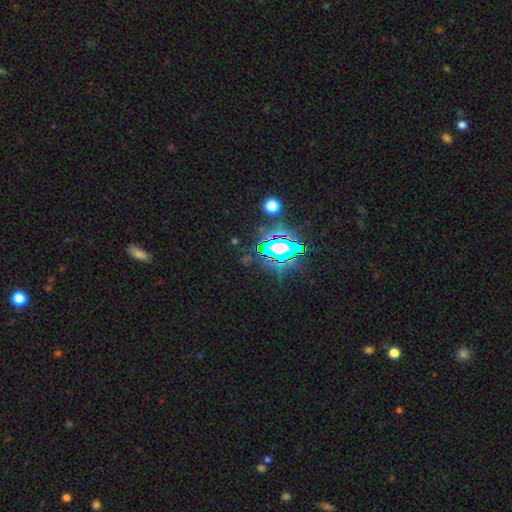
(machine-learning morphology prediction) Smooth or featured? star or artifact (81%)